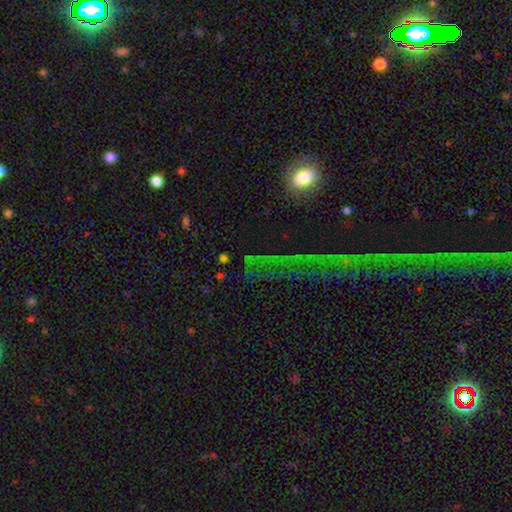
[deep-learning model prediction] This appears to be a star or artifact, not a galaxy (57%).